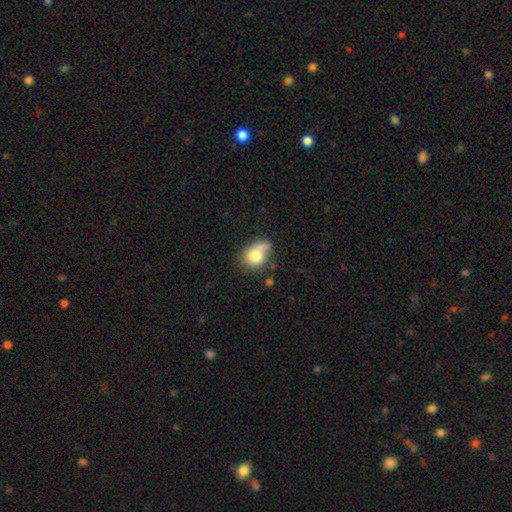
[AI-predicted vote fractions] This appears to be a smooth galaxy with no disk features (74%) that is round (50%). Merging: none (38%).